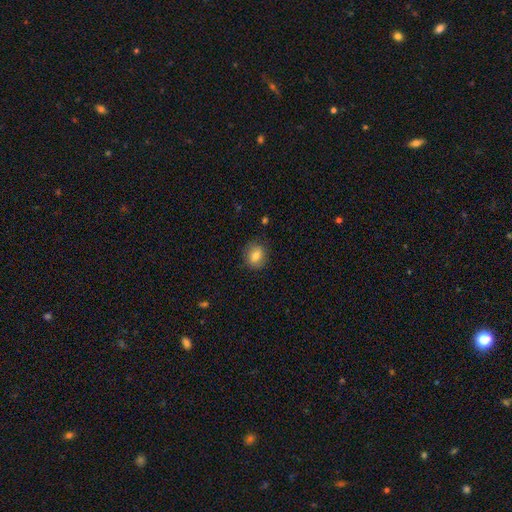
Smooth or featured? smooth (71%)
How rounded? in between (52%)
Merging? none (80%)